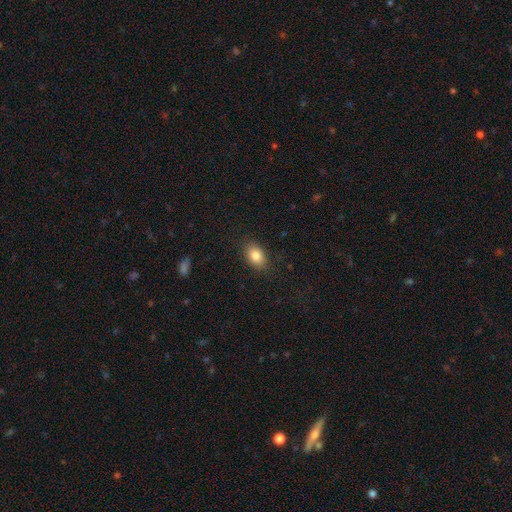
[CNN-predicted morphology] Smooth or featured? Predicted: smooth (p=0.84). How rounded? Predicted: in between (p=0.83). Merging? Predicted: none (p=0.85).